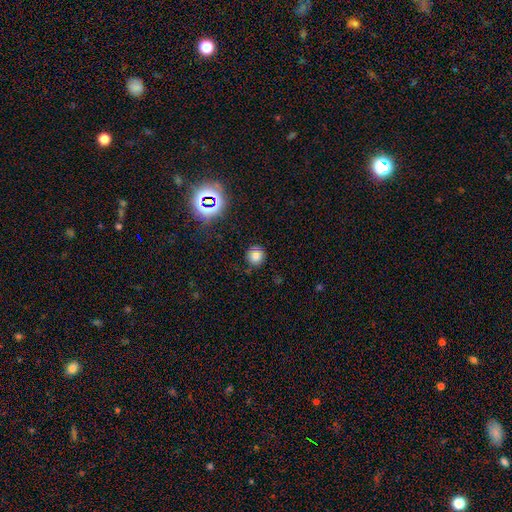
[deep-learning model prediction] Smooth or featured? smooth (71%)
How rounded? round (88%)
Merging? none (80%)